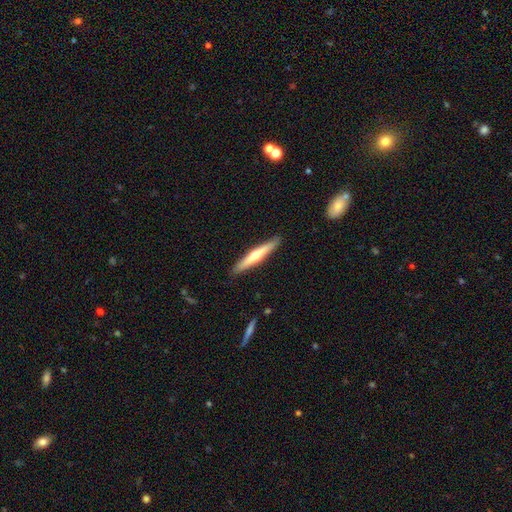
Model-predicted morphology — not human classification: Smooth or featured?
  - featured or disk: 52% *
  - smooth: 43%
  - star or artifact: 5%
Edge-on disk?
  - yes: 95% *
  - no: 5%
Merging?
  - none: 90% *
  - minor disturbance: 7%
  - major disturbance: 1%
  - merger: 1%